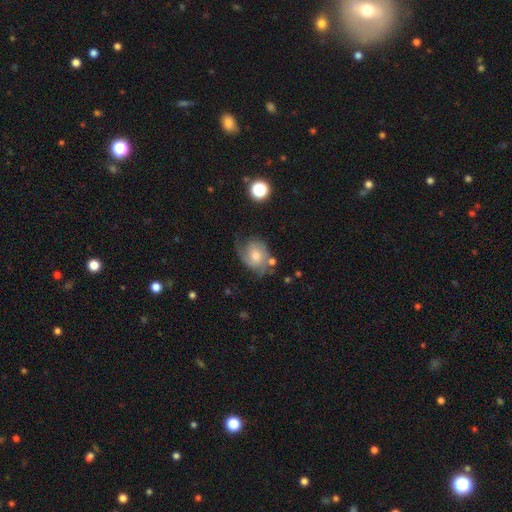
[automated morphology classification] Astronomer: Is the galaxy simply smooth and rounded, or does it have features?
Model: featured or disk — 68%.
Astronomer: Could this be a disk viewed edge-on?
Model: no — 97%.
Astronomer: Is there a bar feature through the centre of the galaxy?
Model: no — 68%.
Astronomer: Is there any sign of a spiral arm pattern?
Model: yes — 91%.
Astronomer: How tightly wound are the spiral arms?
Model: medium — 42% (runner-up: tight, 35%).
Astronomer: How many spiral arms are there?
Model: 2 — 53%.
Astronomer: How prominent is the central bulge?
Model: moderate — 64%.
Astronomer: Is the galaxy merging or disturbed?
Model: none — 54%.